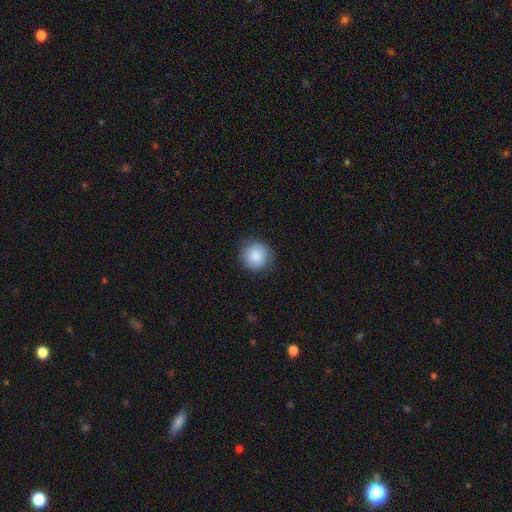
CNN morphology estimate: type=smooth (87%); roundness=round (92%); merging=none (83%).